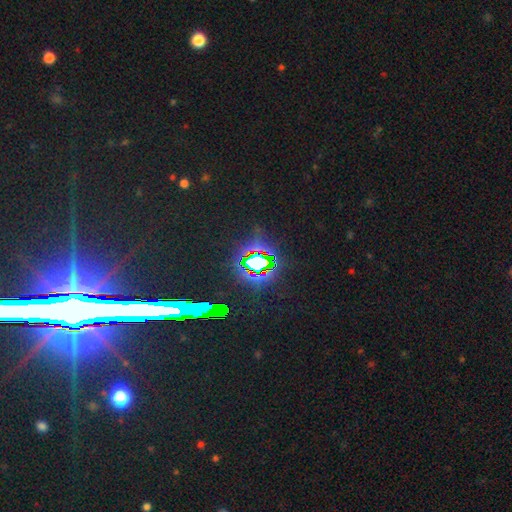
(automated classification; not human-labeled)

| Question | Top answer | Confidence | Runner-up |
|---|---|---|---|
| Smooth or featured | star or artifact | 82% | smooth (9%) |